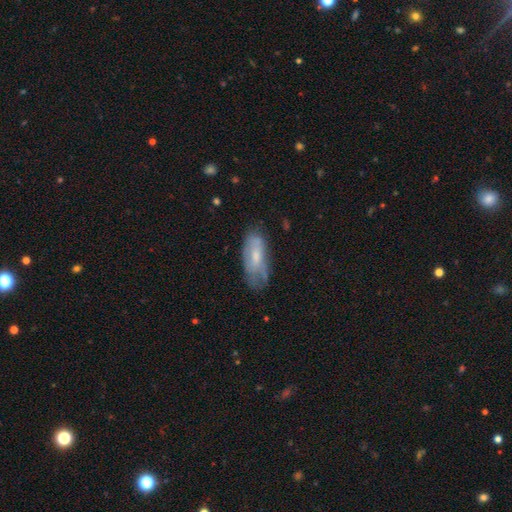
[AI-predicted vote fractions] This is possibly a smooth galaxy (54%). How rounded: clearly in between (84%). Merging: possibly none (50%).